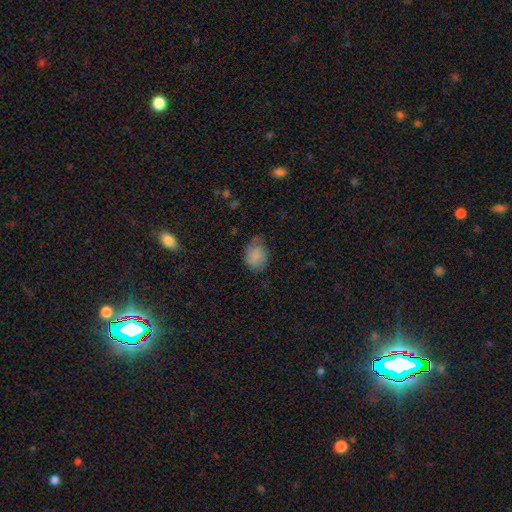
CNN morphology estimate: Smooth or featured? Predicted: smooth (p=0.76). How rounded? Predicted: in between (p=0.54). Merging? Predicted: none (p=0.47).